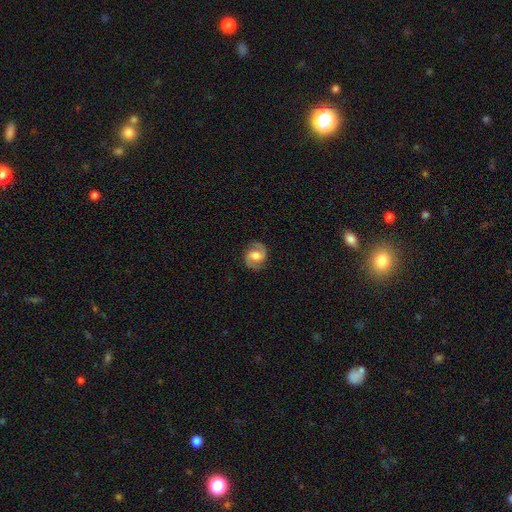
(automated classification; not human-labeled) Smooth or featured? Predicted: featured or disk (p=0.81). Edge-on disk? Predicted: no (p=0.98). Bar? Predicted: weak (p=0.46). Spiral arms? Predicted: yes (p=0.96). Spiral winding? Predicted: medium (p=0.56). Spiral arm count? Predicted: 2 (p=0.93). Bulge size? Predicted: moderate (p=0.61). Merging? Predicted: none (p=0.85).